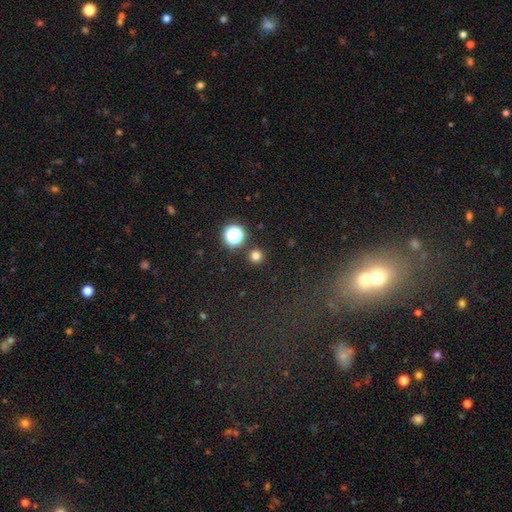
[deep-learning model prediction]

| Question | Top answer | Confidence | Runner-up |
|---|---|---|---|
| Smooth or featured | smooth | 75% | star or artifact (20%) |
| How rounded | round | 96% | in between (3%) |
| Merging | none | 90% | minor disturbance (5%) |